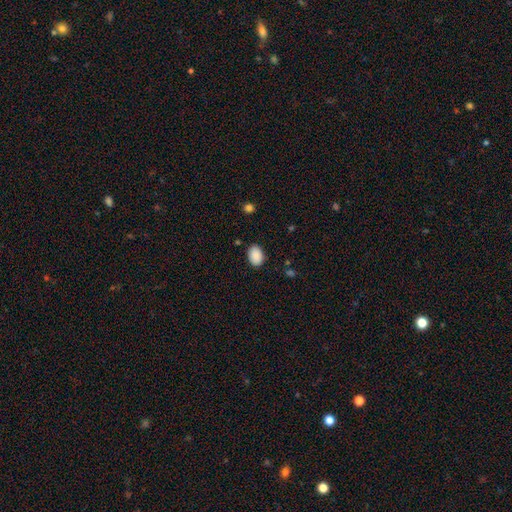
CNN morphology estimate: Overall: smooth (90%). How rounded: in between (85%). Merging: none (86%).